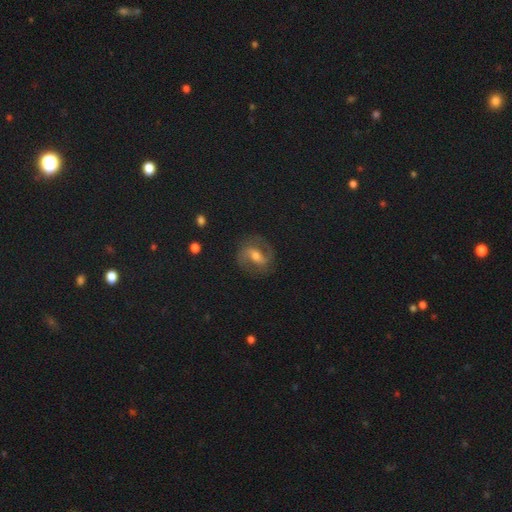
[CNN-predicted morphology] Q: Smooth or featured?
A: featured or disk (78%); runner-up: smooth (13%)
Q: Edge-on disk?
A: no (96%); runner-up: yes (4%)
Q: Bar?
A: strong (42%); runner-up: weak (41%)
Q: Spiral arms?
A: yes (91%); runner-up: no (9%)
Q: Spiral winding?
A: medium (53%); runner-up: loose (24%)
Q: Spiral arm count?
A: 2 (90%); runner-up: can't tell (5%)
Q: Bulge size?
A: moderate (63%); runner-up: small (29%)
Q: Merging?
A: none (80%); runner-up: minor disturbance (13%)